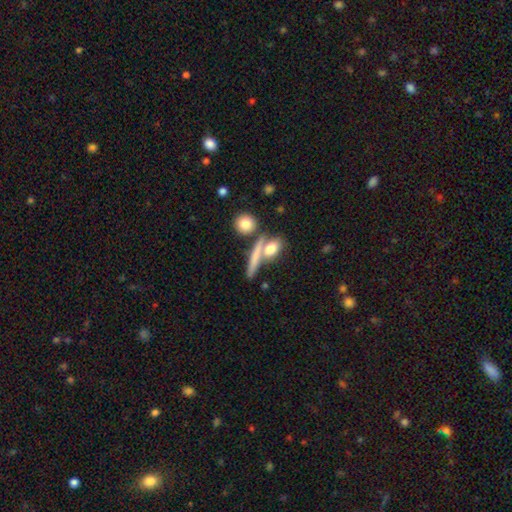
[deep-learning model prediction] Overall: smooth (67%). How rounded: cigar-shaped (55%; in between 26%). Merging: none (56%; merger 25%).